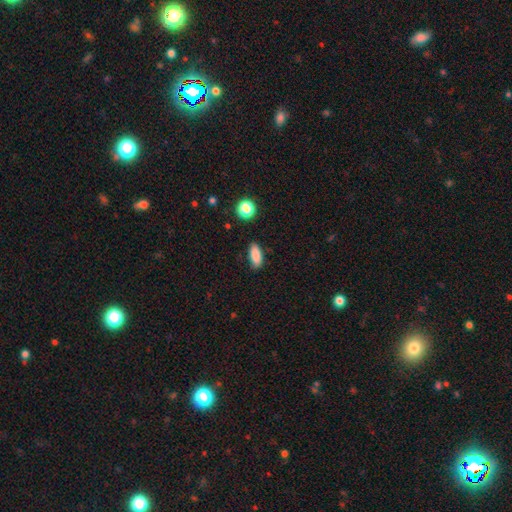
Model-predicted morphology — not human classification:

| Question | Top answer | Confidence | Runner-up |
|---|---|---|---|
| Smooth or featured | smooth | 86% | star or artifact (8%) |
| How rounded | in between | 82% | cigar-shaped (15%) |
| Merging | none | 80% | minor disturbance (16%) |